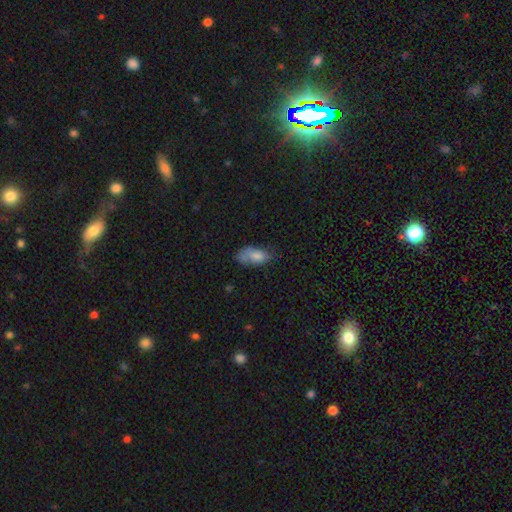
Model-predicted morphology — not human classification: smooth 77%, featured or disk 15%, star or artifact 8%. Down the decision tree: how rounded — in between (91%); merging — none (46%).